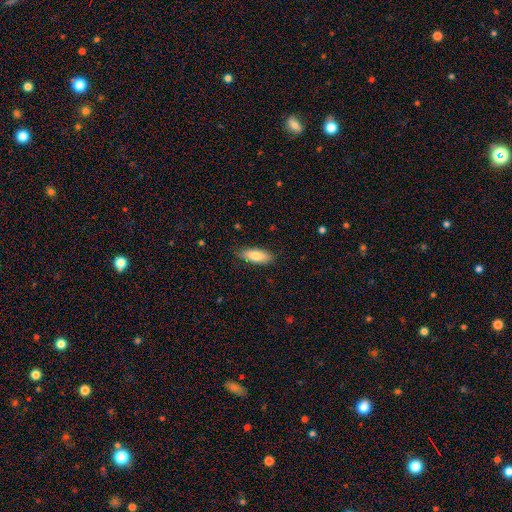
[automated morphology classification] smooth 81%, featured or disk 13%, star or artifact 6%. Down the decision tree: how rounded — in between (70%); merging — none (82%).